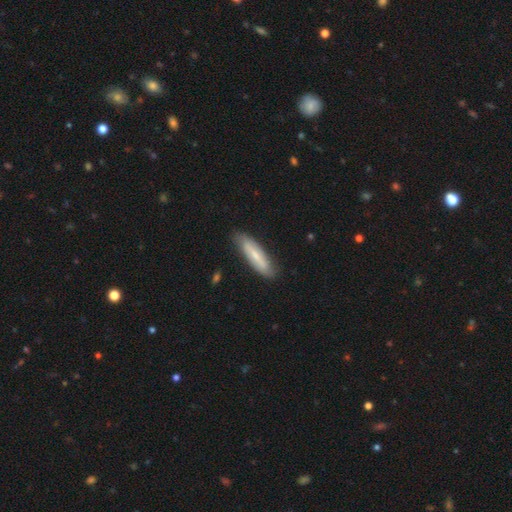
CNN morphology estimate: smooth_or_featured: smooth (p=0.59) [alt: featured or disk p=0.35]
how_rounded: cigar-shaped (p=0.65) [alt: in between p=0.34]
merging: none (p=0.82) [alt: minor disturbance p=0.14]